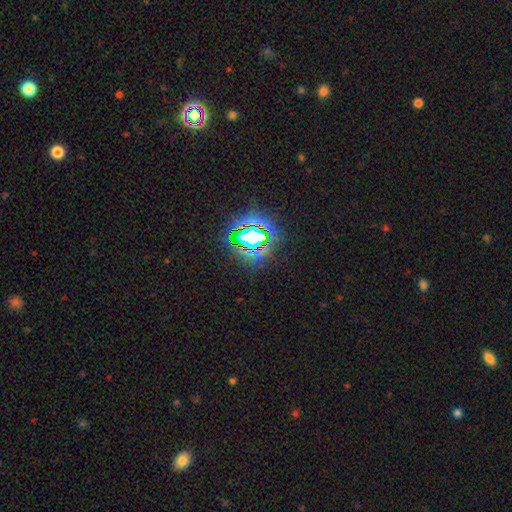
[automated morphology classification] Smooth or featured? star or artifact (83%)